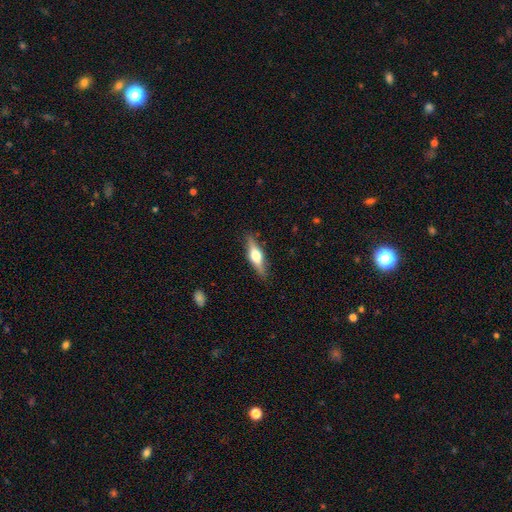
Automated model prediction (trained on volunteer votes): Smooth or featured?
  - featured or disk: 54% *
  - smooth: 40%
  - star or artifact: 6%
Edge-on disk?
  - yes: 93% *
  - no: 7%
Edge-on bulge?
  - rounded: 93% *
  - boxy: 5%
  - none: 2%
Merging?
  - none: 87% *
  - minor disturbance: 10%
  - major disturbance: 2%
  - merger: 1%